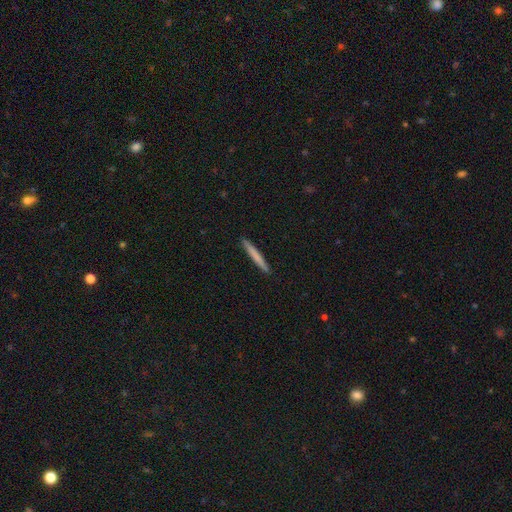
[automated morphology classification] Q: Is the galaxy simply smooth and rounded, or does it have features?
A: smooth — 71%.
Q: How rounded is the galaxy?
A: cigar-shaped — 97%.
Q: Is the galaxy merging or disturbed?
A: none — 92%.